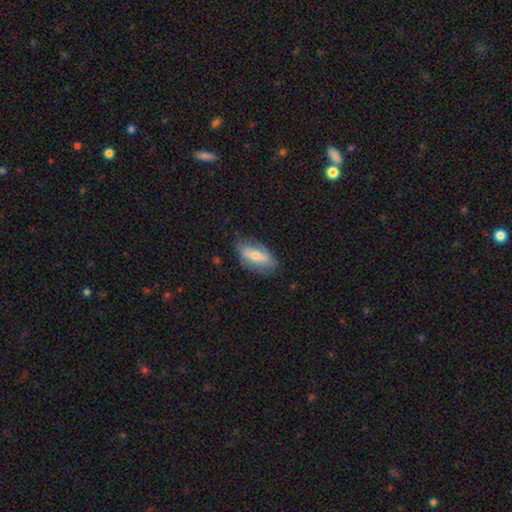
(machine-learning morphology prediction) This is possibly a smooth galaxy (55%). How rounded: clearly in between (87%). Merging: likely none (68%).